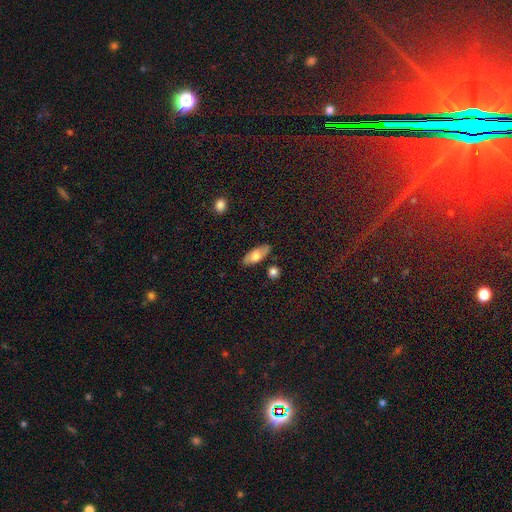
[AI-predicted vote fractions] Q: Smooth or featured?
A: smooth (63%); runner-up: featured or disk (30%)
Q: How rounded?
A: in between (83%); runner-up: cigar-shaped (14%)
Q: Merging?
A: none (82%); runner-up: minor disturbance (12%)